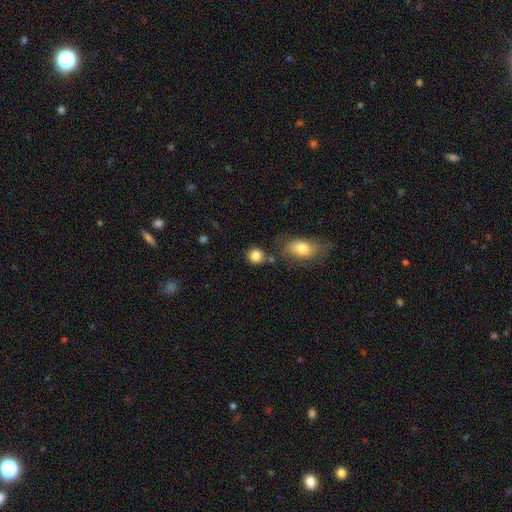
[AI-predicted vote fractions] A smooth galaxy with no disk features (85%) that is round (82%). Merging: none (74%).